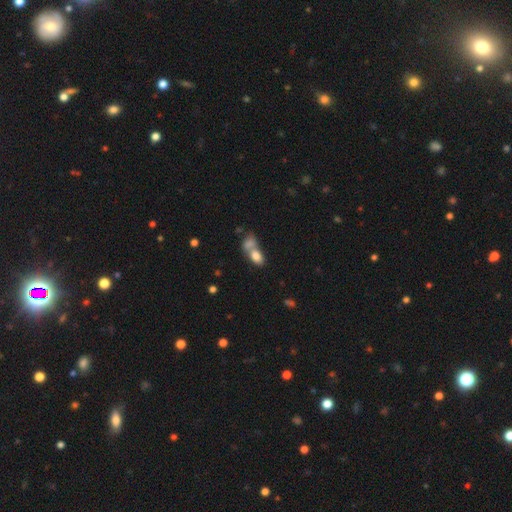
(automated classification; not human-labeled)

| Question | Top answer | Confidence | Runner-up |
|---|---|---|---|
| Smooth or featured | smooth | 80% | featured or disk (11%) |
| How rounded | in between | 84% | round (12%) |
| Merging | merger | 63% | none (25%) |